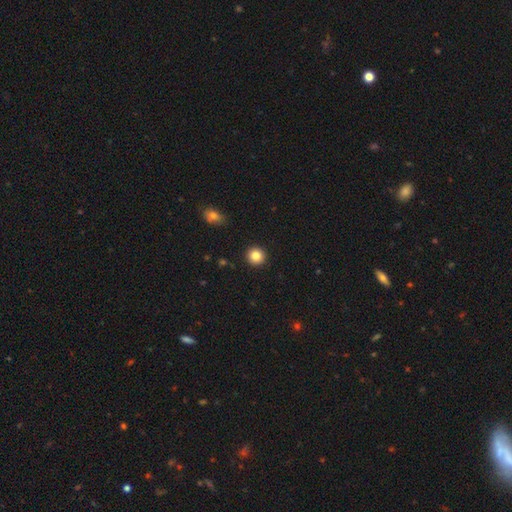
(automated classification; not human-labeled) Overall: smooth (85%). How rounded: round (94%). Merging: none (93%).